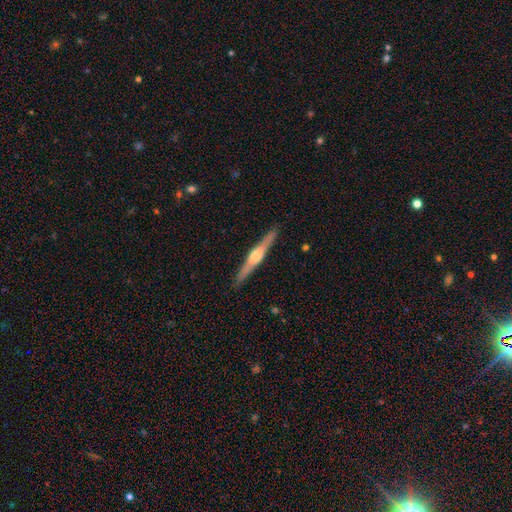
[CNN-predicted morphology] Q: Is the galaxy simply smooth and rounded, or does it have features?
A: featured or disk — 75%.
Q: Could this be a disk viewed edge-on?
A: yes — 98%.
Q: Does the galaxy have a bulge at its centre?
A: rounded — 85%.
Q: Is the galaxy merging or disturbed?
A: none — 91%.